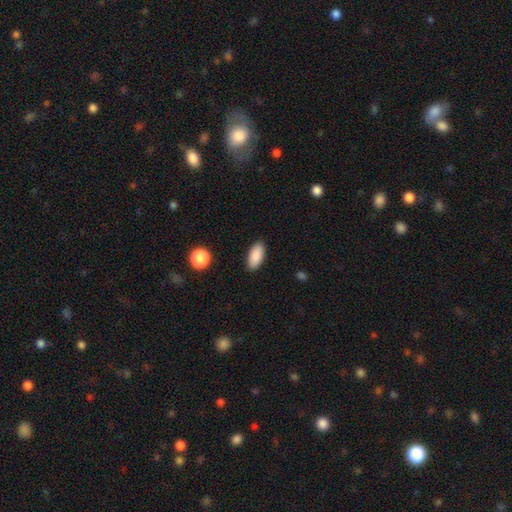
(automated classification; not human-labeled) Smooth or featured? smooth (88%)
How rounded? in between (90%)
Merging? none (88%)